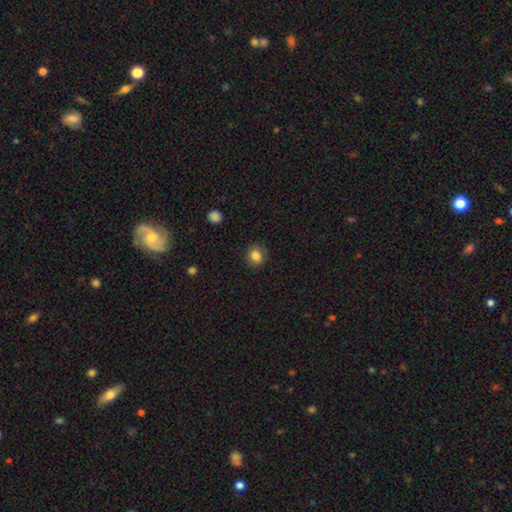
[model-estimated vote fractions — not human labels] Morphology: type=smooth (84%); roundness=round (69%); merging=none (85%).